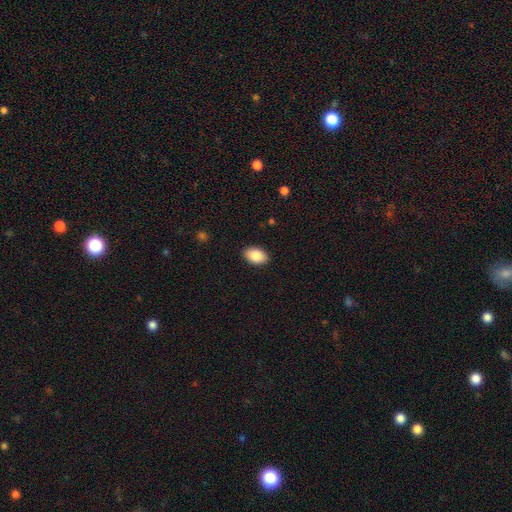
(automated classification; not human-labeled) smooth 87%, star or artifact 7%, featured or disk 6%. Down the decision tree: how rounded — in between (91%); merging — none (89%).